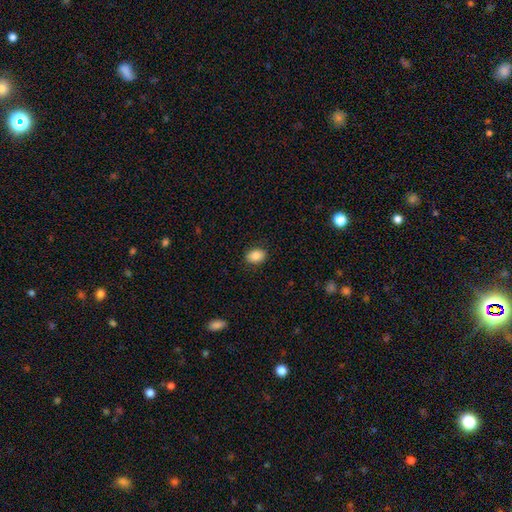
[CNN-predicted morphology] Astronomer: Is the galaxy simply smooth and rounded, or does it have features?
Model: smooth — 84%.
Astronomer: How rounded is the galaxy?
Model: in between — 74%.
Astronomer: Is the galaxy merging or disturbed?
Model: none — 88%.